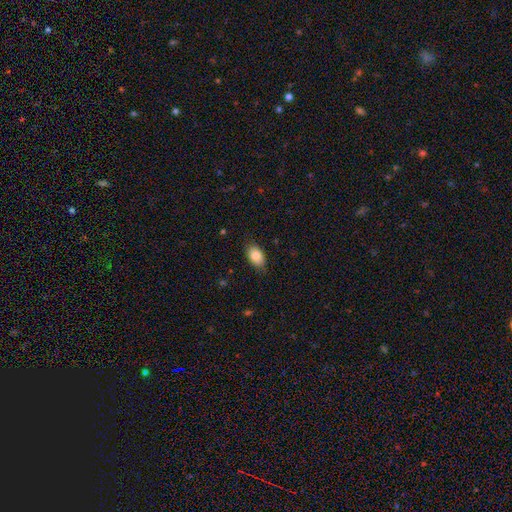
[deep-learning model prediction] This appears to be a smooth galaxy with no disk features (86%) that is in between round and cigar-shaped (90%). Merging: none (82%).